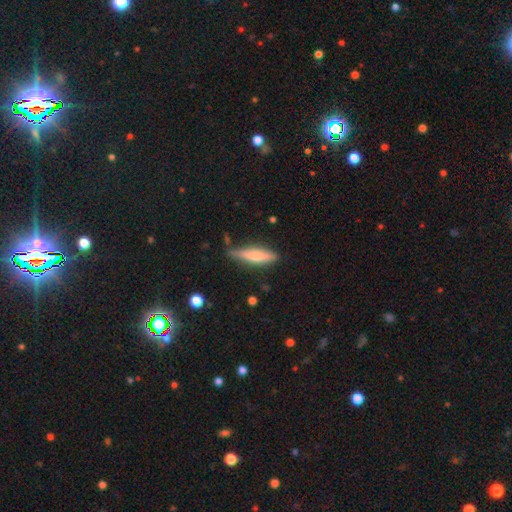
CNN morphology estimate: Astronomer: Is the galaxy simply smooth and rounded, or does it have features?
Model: smooth — 60%.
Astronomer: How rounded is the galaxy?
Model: cigar-shaped — 73%.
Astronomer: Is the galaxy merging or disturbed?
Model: none — 71%.